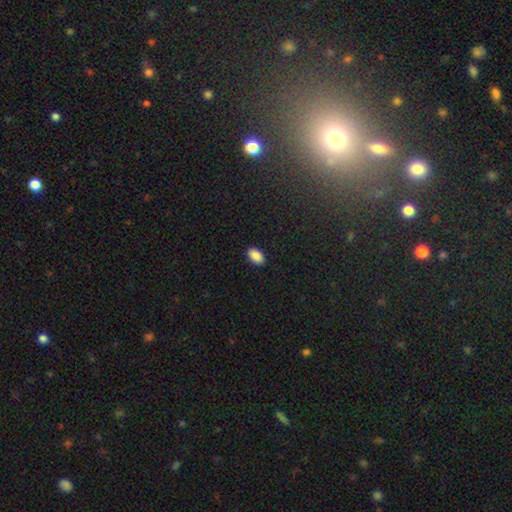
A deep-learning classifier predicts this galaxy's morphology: Smooth or featured? smooth (90%)
How rounded? in between (93%)
Merging? none (89%)